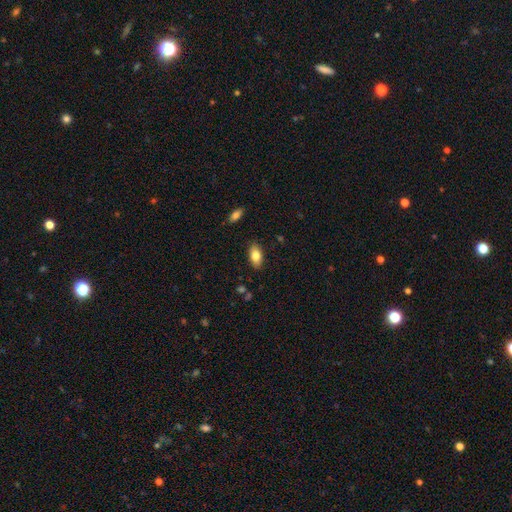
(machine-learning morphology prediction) This appears to be a smooth galaxy with no disk features (81%) that is in between round and cigar-shaped (91%). Merging: none (86%).